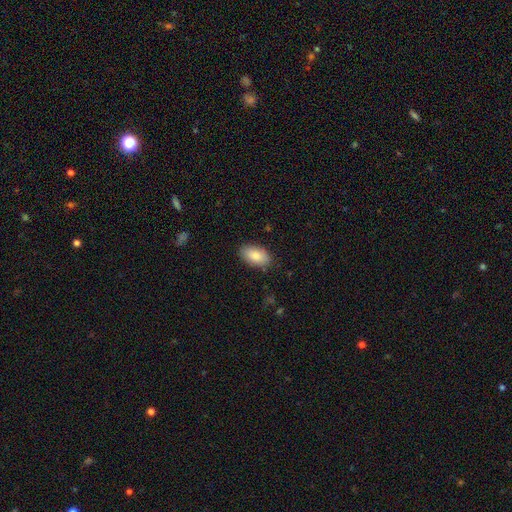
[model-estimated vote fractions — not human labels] Overall: smooth (83%). How rounded: in between (94%). Merging: none (85%).